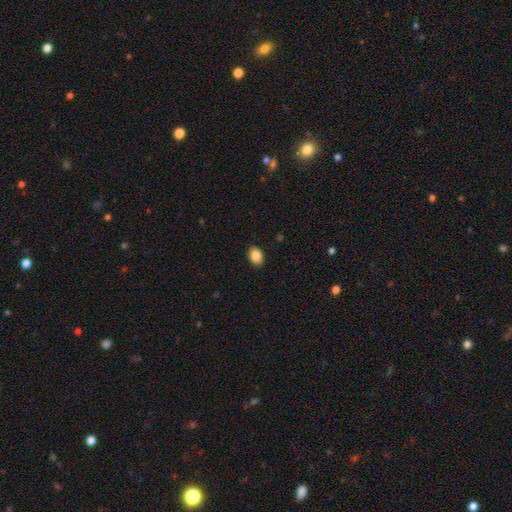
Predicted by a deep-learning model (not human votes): smooth_or_featured: smooth (p=0.87) [alt: star or artifact p=0.08]
how_rounded: in between (p=0.81) [alt: round p=0.18]
merging: none (p=0.89) [alt: minor disturbance p=0.08]